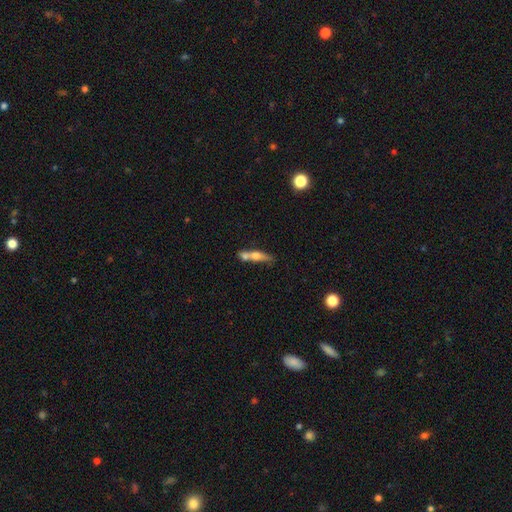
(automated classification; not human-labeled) Smooth or featured: smooth — 51% (featured or disk — 41%)
How rounded: cigar-shaped — 73% (in between — 22%)
Merging: merger — 45% (none — 37%)